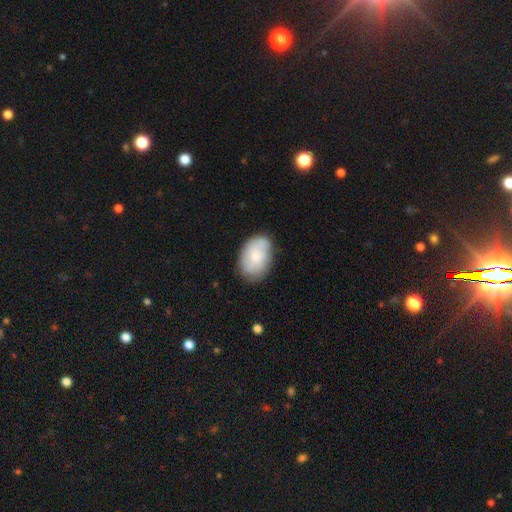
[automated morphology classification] A smooth galaxy with no disk features (68%) that is in between round and cigar-shaped (85%). Merging: none (75%).